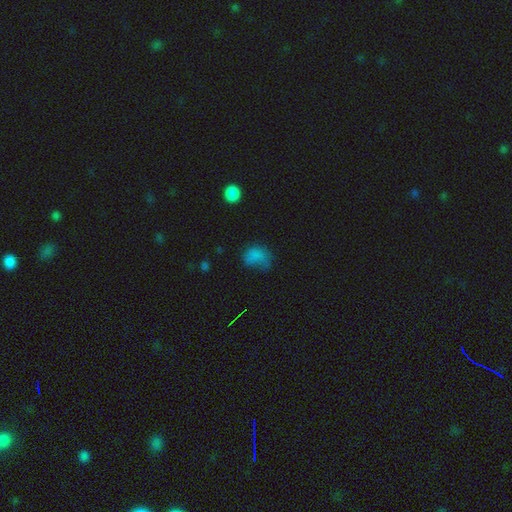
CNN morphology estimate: Smooth or featured? smooth (74%)
How rounded? in between (54%)
Merging? none (35%)